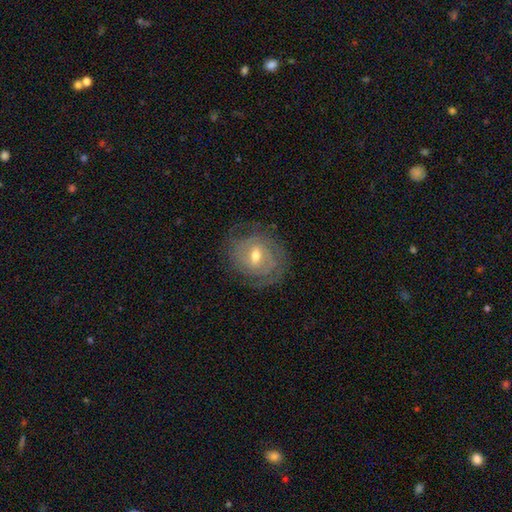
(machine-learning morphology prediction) Smooth or featured? Predicted: featured or disk (p=0.78). Edge-on disk? Predicted: no (p=0.96). Bar? Predicted: weak (p=0.54). Spiral arms? Predicted: yes (p=0.87). Spiral winding? Predicted: tight (p=0.66). Spiral arm count? Predicted: 2 (p=0.38). Bulge size? Predicted: moderate (p=0.67). Merging? Predicted: none (p=0.75).